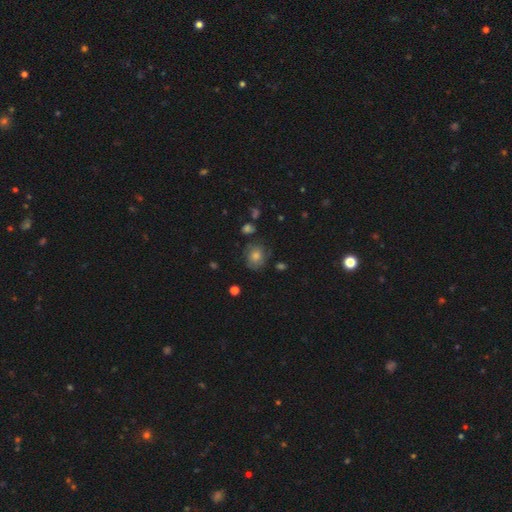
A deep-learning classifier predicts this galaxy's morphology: smooth-or-featured: smooth: 45% | featured or disk: 37% | star or artifact: 18%
  merging: none: 72% | minor disturbance: 17% | major disturbance: 8% | merger: 3%